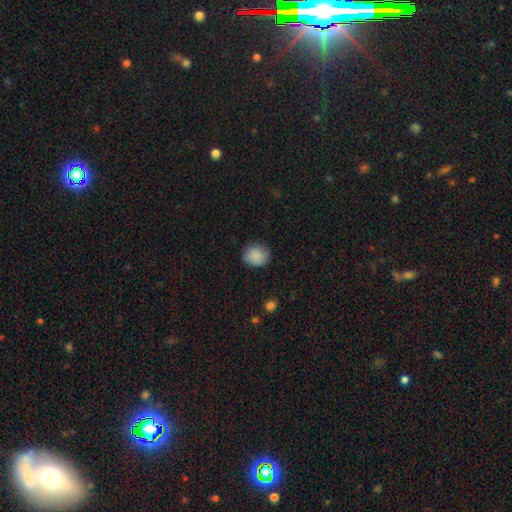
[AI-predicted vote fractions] Smooth or featured: smooth — 88% (star or artifact — 8%)
How rounded: round — 78% (in between — 22%)
Merging: none — 84% (minor disturbance — 12%)